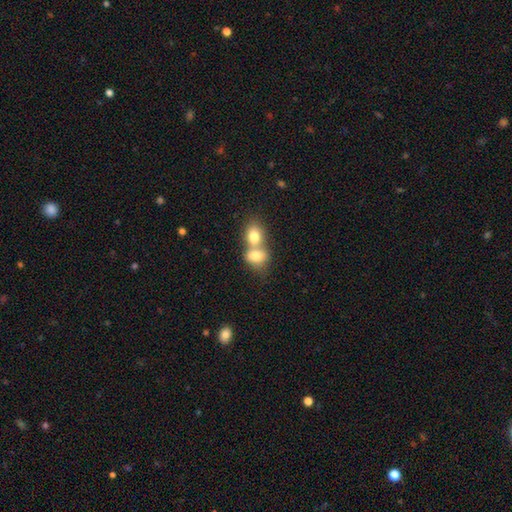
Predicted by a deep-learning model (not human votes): This appears to be a smooth galaxy with no disk features (78%) that is in between round and cigar-shaped (52%). Merging: merger (70%).